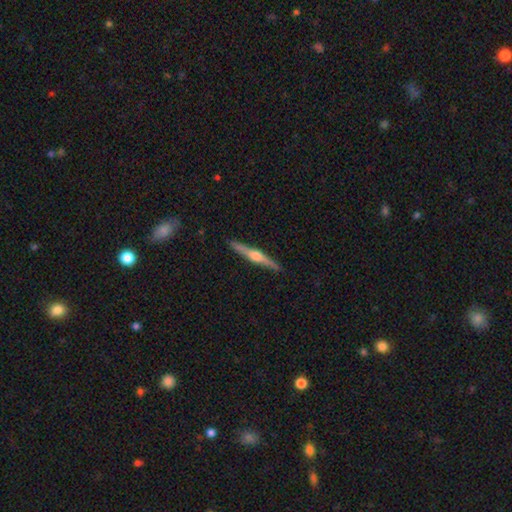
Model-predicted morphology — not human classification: The model was most divided on "smooth or featured": featured or disk: 76%, smooth: 19%, star or artifact: 5%. More confident: edge-on disk — yes (98%); merging — none (91%); edge-on bulge — rounded (91%).